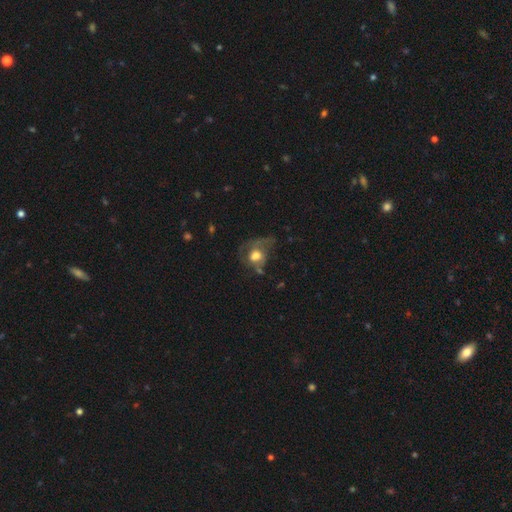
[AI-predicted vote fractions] smooth_or_featured: smooth (p=0.53) [alt: featured or disk p=0.37]
how_rounded: round (p=0.51) [alt: in between p=0.47]
merging: major disturbance (p=0.45) [alt: none p=0.26]